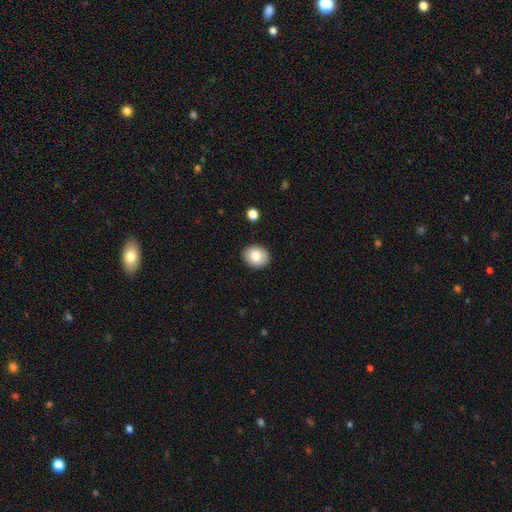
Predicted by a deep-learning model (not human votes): Smooth or featured: smooth — 79% (featured or disk — 13%)
How rounded: round — 56% (in between — 43%)
Merging: none — 89% (minor disturbance — 8%)